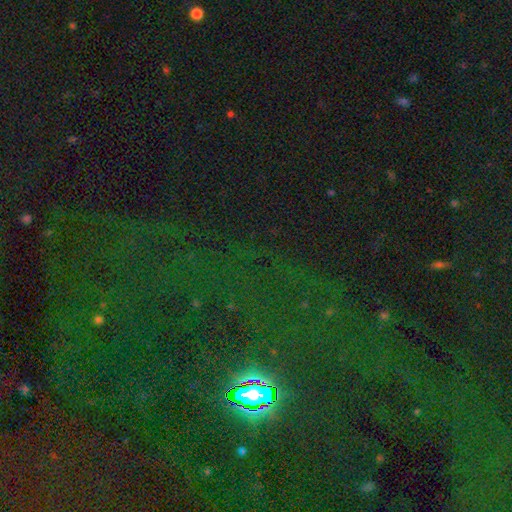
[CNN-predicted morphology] Smooth or featured? Predicted: star or artifact (p=0.82).